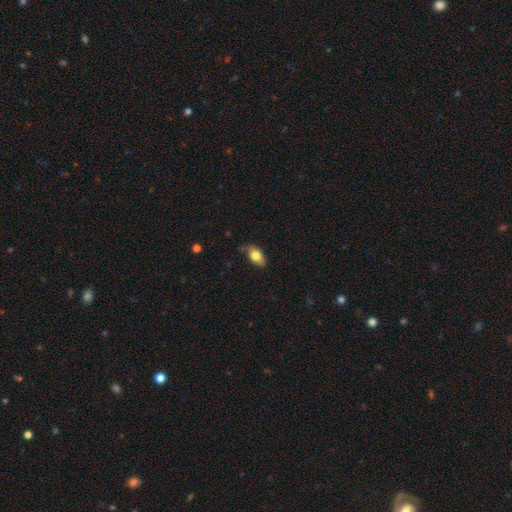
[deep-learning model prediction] Morphology: type=smooth (77%); roundness=in between (89%); merging=none (70%).